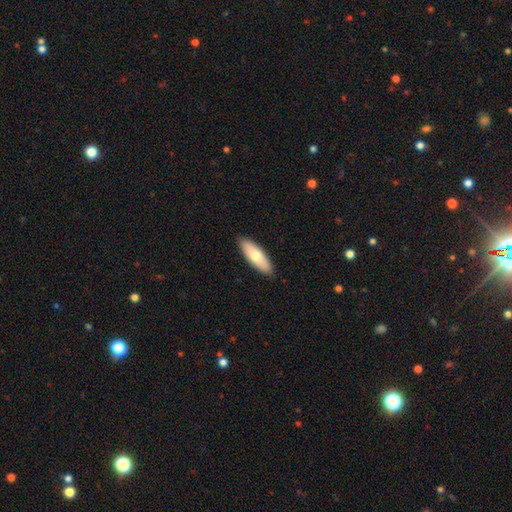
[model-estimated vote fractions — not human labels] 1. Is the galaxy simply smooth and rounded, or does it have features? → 71% smooth, 24% featured or disk, 5% star or artifact.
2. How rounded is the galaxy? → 66% in between, 32% cigar-shaped, 2% round.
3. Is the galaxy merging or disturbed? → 89% none, 9% minor disturbance, 2% major disturbance, 1% merger.